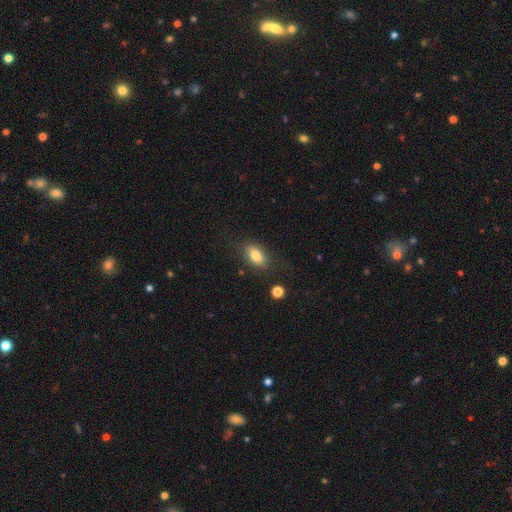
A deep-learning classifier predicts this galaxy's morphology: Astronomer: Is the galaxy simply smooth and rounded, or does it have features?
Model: smooth — 79%.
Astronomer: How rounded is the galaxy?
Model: in between — 87%.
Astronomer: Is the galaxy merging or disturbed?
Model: none — 77%.